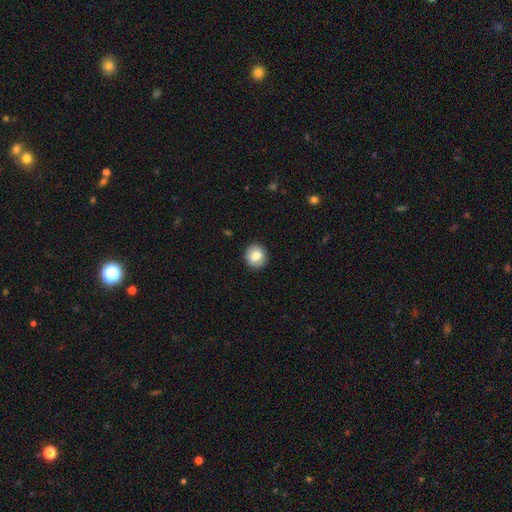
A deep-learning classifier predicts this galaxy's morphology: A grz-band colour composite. It shows a smooth galaxy with no disk features (78%) that is round (85%). Merging: none (90%).